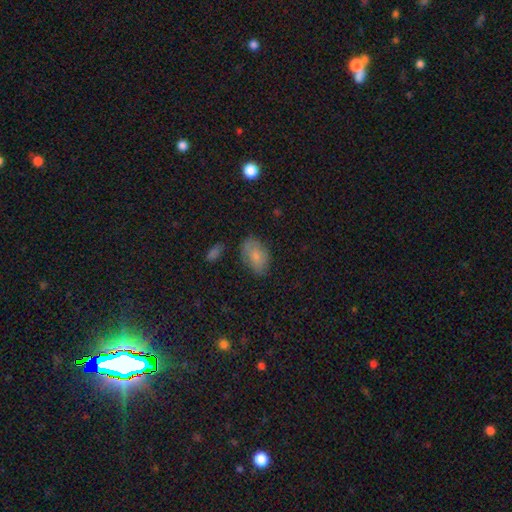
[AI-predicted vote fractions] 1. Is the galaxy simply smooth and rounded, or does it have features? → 79% smooth, 13% featured or disk, 8% star or artifact.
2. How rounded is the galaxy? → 90% in between, 8% round, 1% cigar-shaped.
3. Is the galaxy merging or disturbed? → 70% none, 21% minor disturbance, 5% major disturbance, 3% merger.